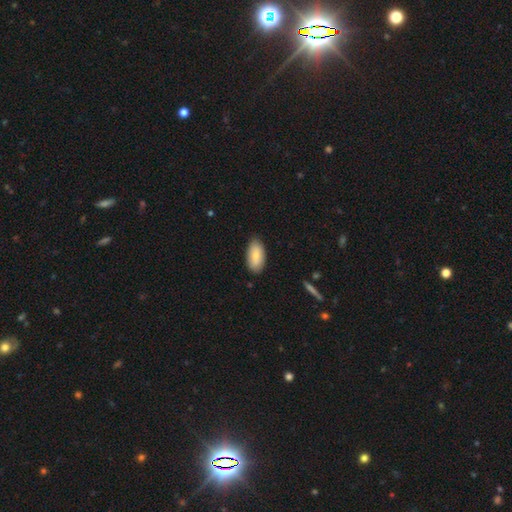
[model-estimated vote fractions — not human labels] A smooth galaxy with no disk features (80%) that is in between round and cigar-shaped (94%). Merging: none (83%).